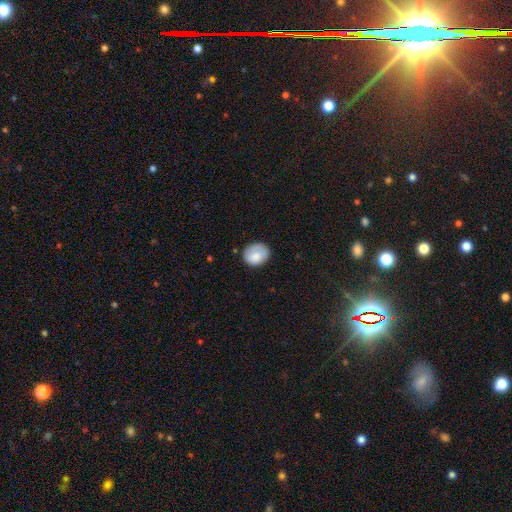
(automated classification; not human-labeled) This appears to be a smooth galaxy with no disk features (81%) that is round (61%). Merging: none (73%).